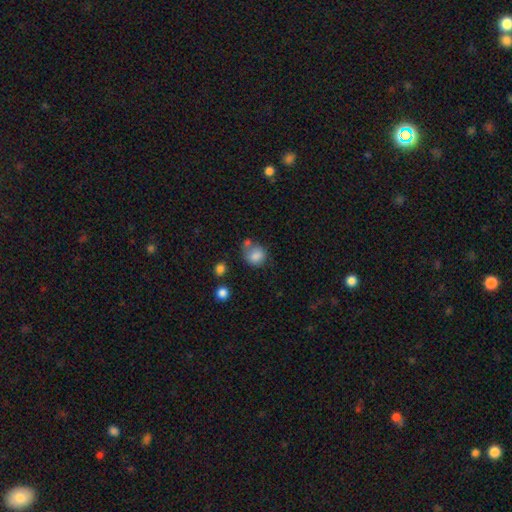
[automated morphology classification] Smooth or featured? Predicted: smooth (p=0.83). How rounded? Predicted: round (p=0.76). Merging? Predicted: none (p=0.53).